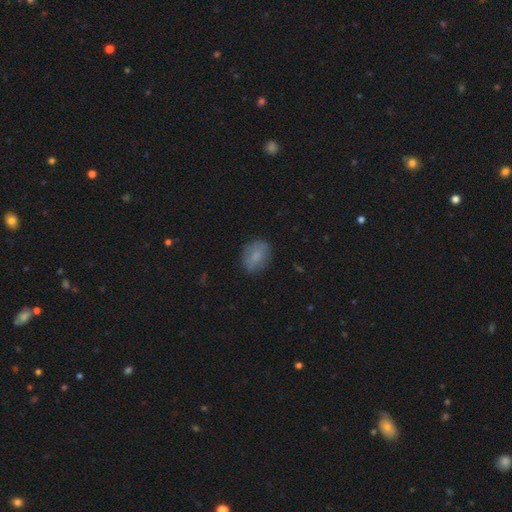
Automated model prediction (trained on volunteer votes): The model was most divided on "how rounded": in between: 63%, round: 35%, cigar-shaped: 2%. More confident: merging — none (76%); smooth or featured — smooth (75%).